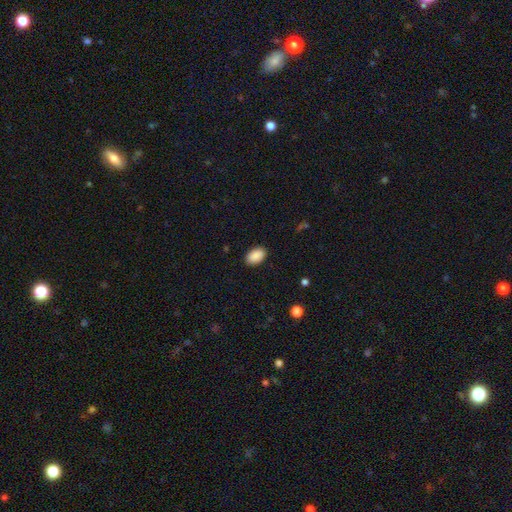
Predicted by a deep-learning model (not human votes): Smooth or featured? Predicted: smooth (p=0.91). How rounded? Predicted: in between (p=0.92). Merging? Predicted: none (p=0.89).